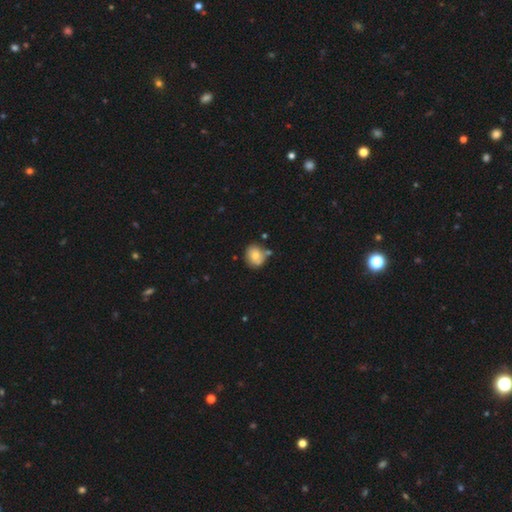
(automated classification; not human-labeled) The model was most divided on "merging": none: 64%, minor disturbance: 19%, merger: 13%, major disturbance: 4%. More confident: how rounded — round (73%); smooth or featured — smooth (72%).